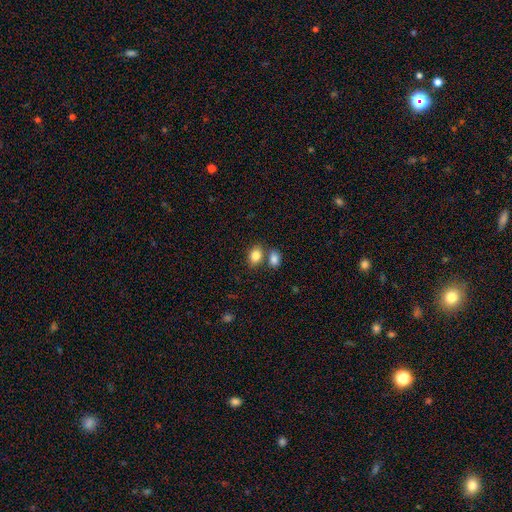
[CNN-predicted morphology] The model was most divided on "merging": none: 57%, merger: 29%, minor disturbance: 11%, major disturbance: 3%. More confident: smooth or featured — smooth (83%); how rounded — in between (75%).